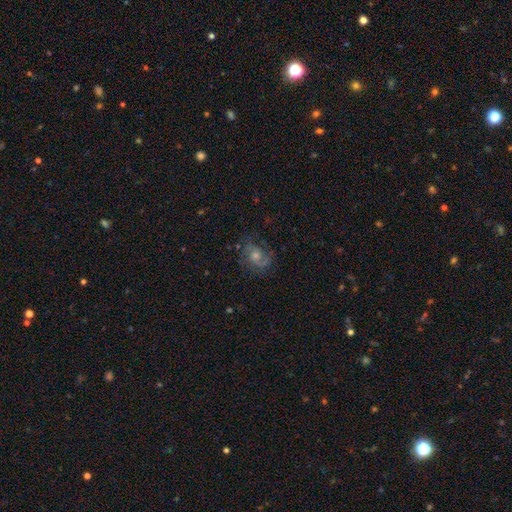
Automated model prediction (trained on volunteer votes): The model was most divided on "spiral winding": medium: 46%, tight: 35%, loose: 18%. More confident: edge-on disk — no (97%); spiral arms — yes (90%); merging — none (73%); bar — no (67%); smooth or featured — featured or disk (65%); spiral arm count — 2 (58%); bulge size — moderate (57%).